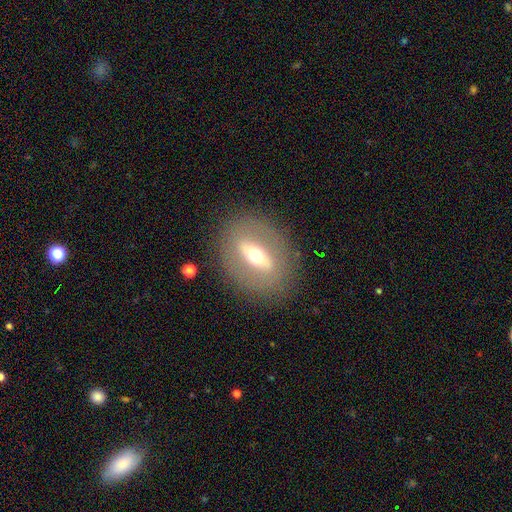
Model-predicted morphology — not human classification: This is likely a featured or disk galaxy (65%). It is likely not viewed edge-on (69%). Merging: clearly none (84%).